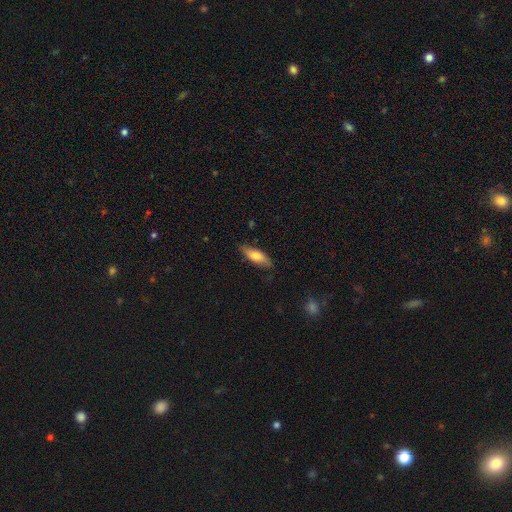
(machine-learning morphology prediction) Smooth or featured: smooth — 71% (featured or disk — 23%)
How rounded: in between — 58% (cigar-shaped — 40%)
Merging: none — 78% (minor disturbance — 18%)